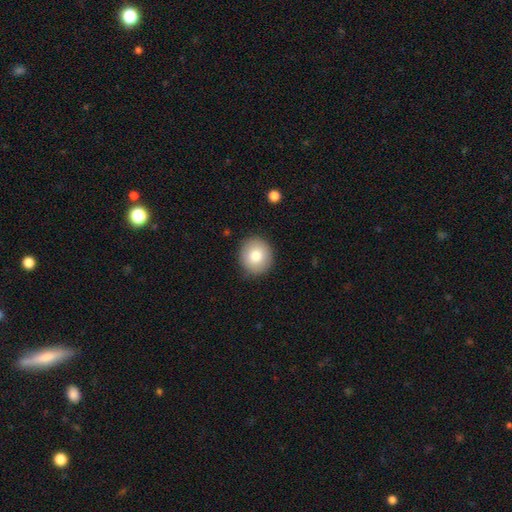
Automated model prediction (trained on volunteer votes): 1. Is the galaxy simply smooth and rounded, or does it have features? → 80% smooth, 12% featured or disk, 8% star or artifact.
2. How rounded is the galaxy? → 87% round, 12% in between, 1% cigar-shaped.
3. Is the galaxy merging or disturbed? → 88% none, 8% minor disturbance, 2% major disturbance, 1% merger.